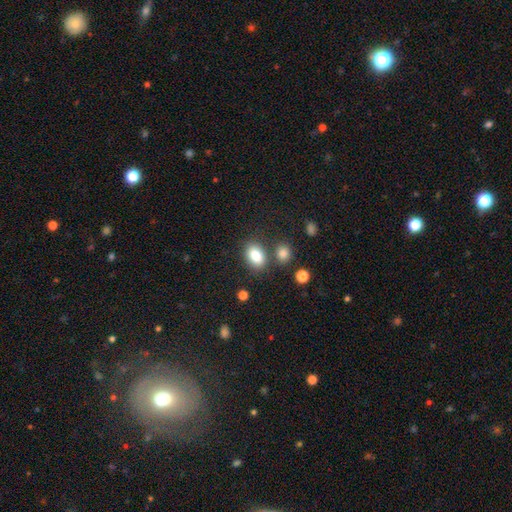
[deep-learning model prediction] This appears to be a smooth galaxy with no disk features (84%) that is in between round and cigar-shaped (80%). Merging: none (73%).